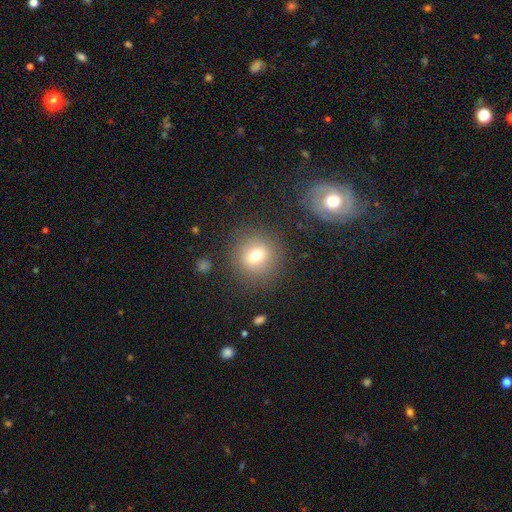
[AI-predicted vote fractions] smooth-or-featured: smooth: 72% | featured or disk: 14% | star or artifact: 14%
  how-rounded: round: 88% | in between: 11% | cigar-shaped: 1%
  merging: none: 85% | minor disturbance: 9% | major disturbance: 5% | merger: 2%